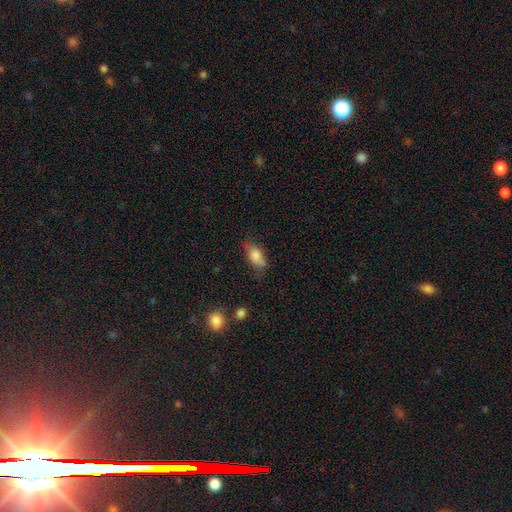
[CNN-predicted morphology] Smooth or featured? smooth (81%)
How rounded? in between (86%)
Merging? none (58%)